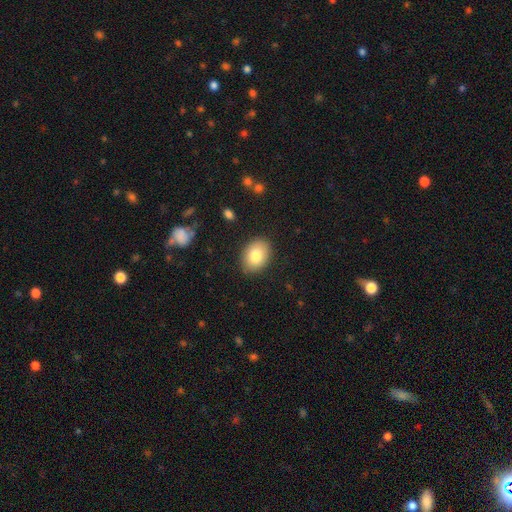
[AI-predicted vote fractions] The model was most divided on "how rounded": in between: 71%, round: 28%, cigar-shaped: 1%. More confident: merging — none (87%); smooth or featured — smooth (80%).